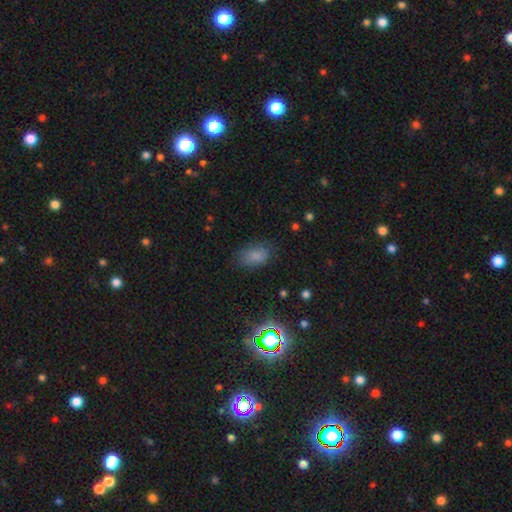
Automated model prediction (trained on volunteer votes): This appears to be a smooth galaxy with no disk features (77%) that is in between round and cigar-shaped (88%). Merging: none (72%).